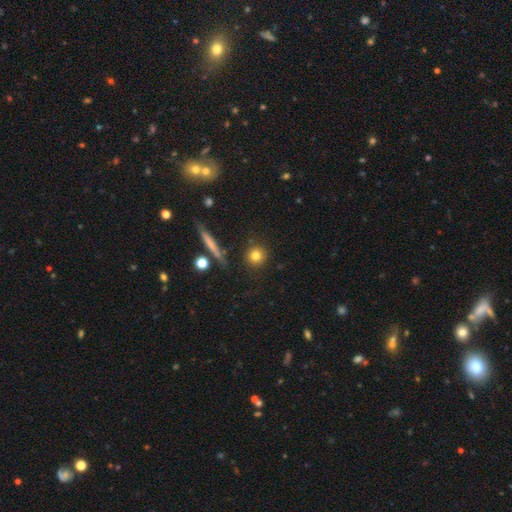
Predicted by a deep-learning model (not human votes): smooth 79%, star or artifact 11%, featured or disk 10%. Down the decision tree: how rounded — round (91%); merging — none (87%).